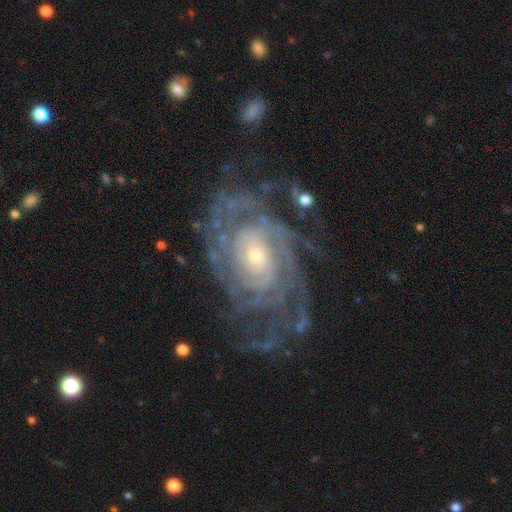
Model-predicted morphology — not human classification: Smooth or featured? Predicted: featured or disk (p=0.90). Edge-on disk? Predicted: no (p=0.97). Bar? Predicted: no (p=0.68). Spiral arms? Predicted: yes (p=0.97). Spiral winding? Predicted: tight (p=0.75). Spiral arm count? Predicted: can't tell (p=0.27). Bulge size? Predicted: small (p=0.64). Merging? Predicted: none (p=0.70).